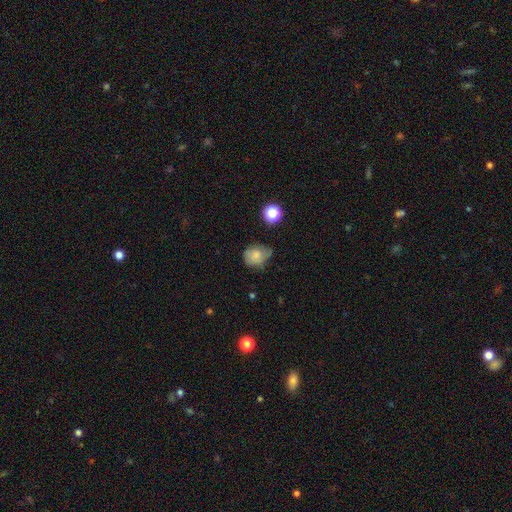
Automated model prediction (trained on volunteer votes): Smooth or featured? smooth (69%)
How rounded? round (51%)
Merging? none (45%)